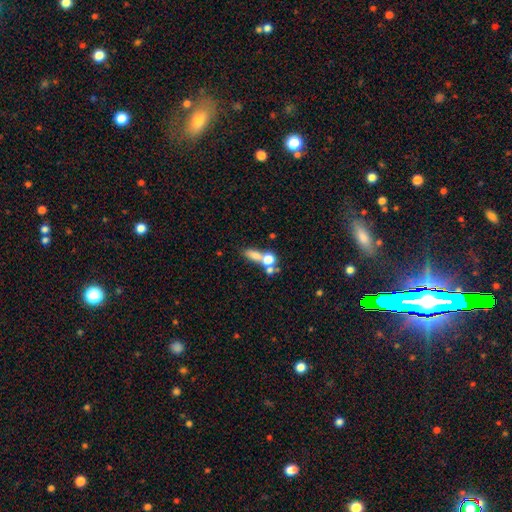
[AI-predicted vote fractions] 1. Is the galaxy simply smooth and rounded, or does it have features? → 65% smooth, 20% featured or disk, 15% star or artifact.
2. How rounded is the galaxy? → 44% in between, 39% round, 17% cigar-shaped.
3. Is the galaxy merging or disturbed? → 49% merger, 34% none, 9% minor disturbance, 8% major disturbance.